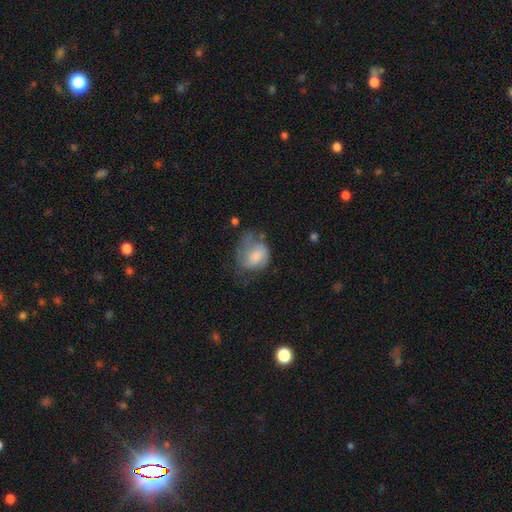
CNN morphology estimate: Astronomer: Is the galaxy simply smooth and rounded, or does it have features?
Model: smooth — 52% (runner-up: featured or disk, 40%).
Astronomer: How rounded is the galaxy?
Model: in between — 56% (runner-up: round, 43%).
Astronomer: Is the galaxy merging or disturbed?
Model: major disturbance — 35% (runner-up: none, 31%).